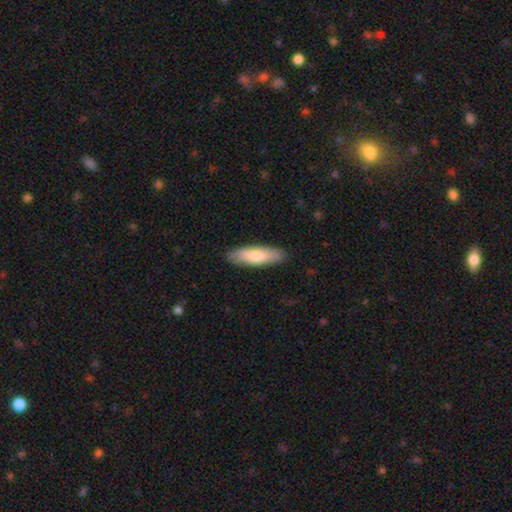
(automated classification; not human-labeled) smooth 76%, featured or disk 19%, star or artifact 5%. Down the decision tree: how rounded — cigar-shaped (53%); merging — none (87%).